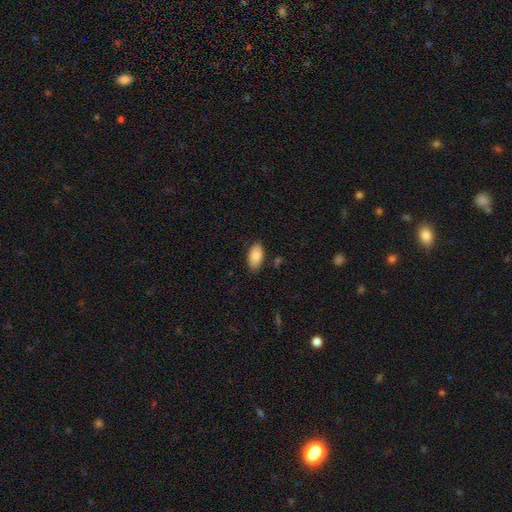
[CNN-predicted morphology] Smooth or featured: smooth — 85% (featured or disk — 8%)
How rounded: in between — 94% (round — 3%)
Merging: none — 82% (minor disturbance — 13%)